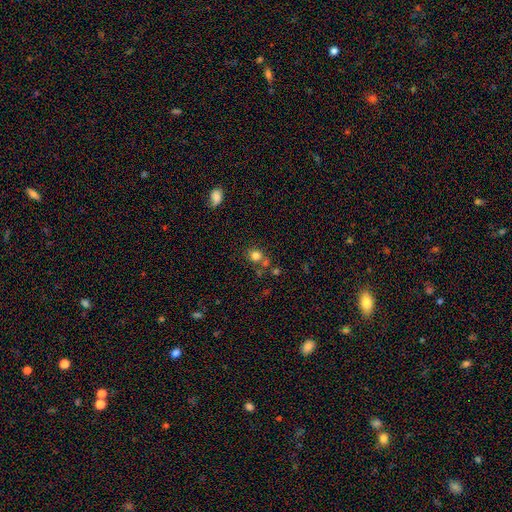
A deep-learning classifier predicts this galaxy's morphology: Smooth or featured?
  - smooth: 78% *
  - star or artifact: 14%
  - featured or disk: 8%
How rounded?
  - round: 79% *
  - in between: 20%
  - cigar-shaped: 1%
Merging?
  - none: 61% *
  - merger: 22%
  - minor disturbance: 12%
  - major disturbance: 5%